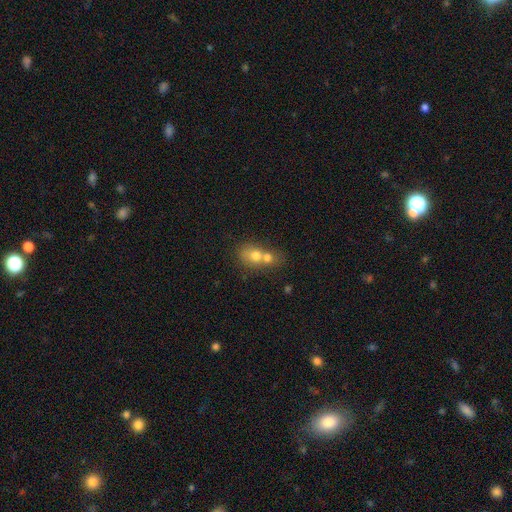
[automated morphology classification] The model was most divided on "how rounded": round: 55%, in between: 43%, cigar-shaped: 2%. More confident: merging — merger (70%); smooth or featured — smooth (68%).